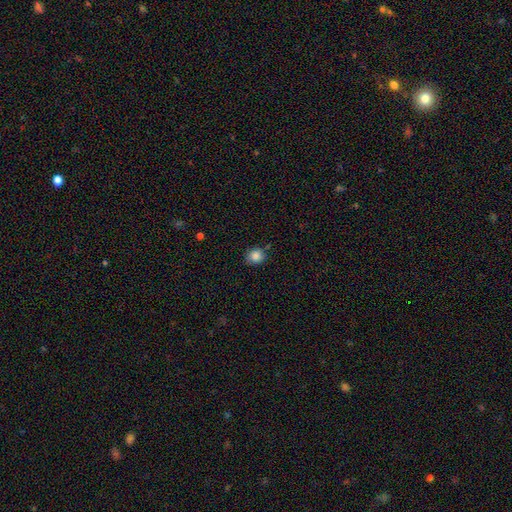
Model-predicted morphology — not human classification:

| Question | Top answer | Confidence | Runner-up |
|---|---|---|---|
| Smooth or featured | smooth | 85% | star or artifact (10%) |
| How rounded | round | 82% | in between (17%) |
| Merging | none | 77% | minor disturbance (16%) |